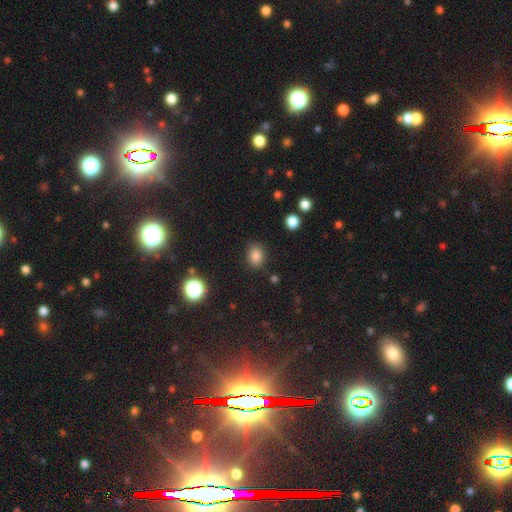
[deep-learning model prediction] Smooth or featured?
  - smooth: 82% *
  - star or artifact: 13%
  - featured or disk: 5%
How rounded?
  - in between: 50% *
  - round: 49%
  - cigar-shaped: 1%
Merging?
  - none: 81% *
  - minor disturbance: 13%
  - major disturbance: 4%
  - merger: 2%